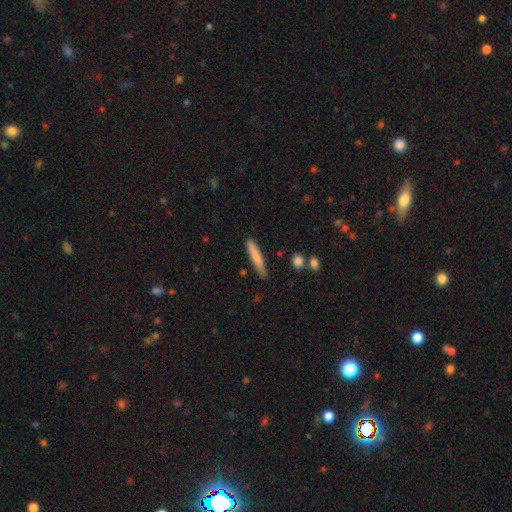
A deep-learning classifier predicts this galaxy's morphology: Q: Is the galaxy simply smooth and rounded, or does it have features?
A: smooth — 77%.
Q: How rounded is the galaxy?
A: cigar-shaped — 92%.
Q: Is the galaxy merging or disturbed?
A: none — 83%.